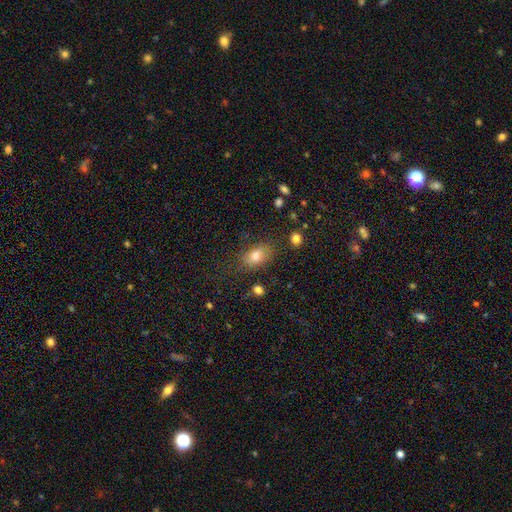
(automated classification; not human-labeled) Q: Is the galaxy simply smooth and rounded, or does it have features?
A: smooth — 79%.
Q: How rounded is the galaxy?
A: in between — 85%.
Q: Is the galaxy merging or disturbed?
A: none — 72%.